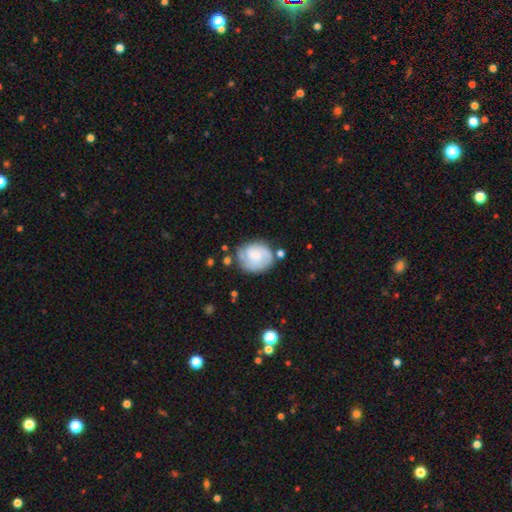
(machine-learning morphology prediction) This appears to be a featured or disk galaxy (50%). Merging: none (61%).